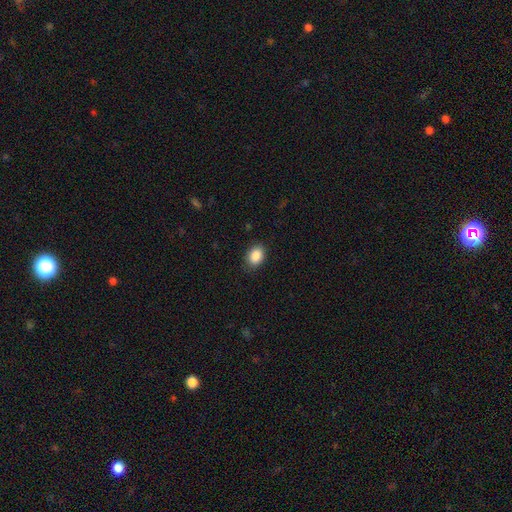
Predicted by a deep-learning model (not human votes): smooth-or-featured: smooth: 88% | star or artifact: 8% | featured or disk: 4%
  how-rounded: in between: 68% | round: 31% | cigar-shaped: 1%
  merging: none: 86% | minor disturbance: 11% | major disturbance: 2% | merger: 1%